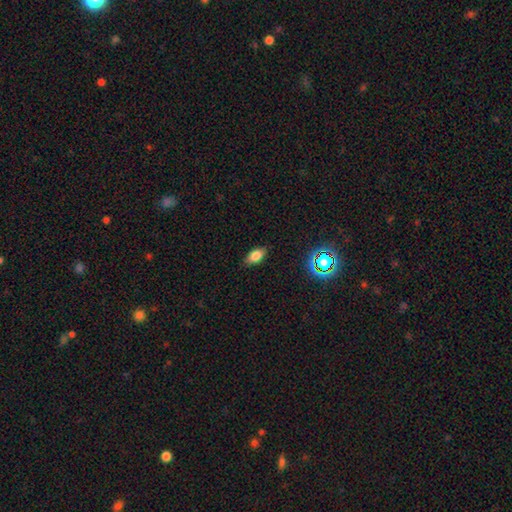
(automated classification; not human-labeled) A smooth galaxy with no disk features (78%) that is in between round and cigar-shaped (88%). Merging: none (85%).